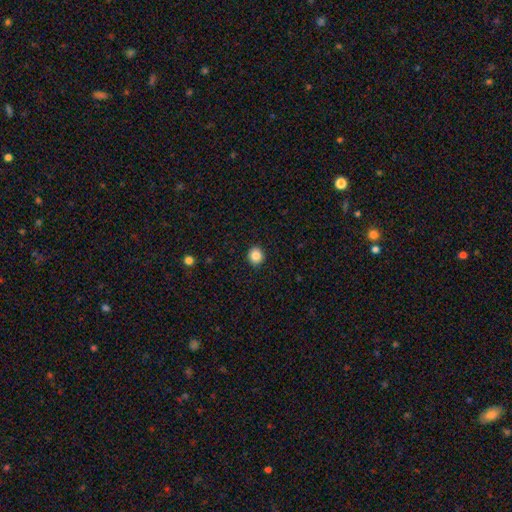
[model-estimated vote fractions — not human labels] smooth 86%, star or artifact 10%, featured or disk 5%. Down the decision tree: how rounded — round (85%); merging — none (92%).